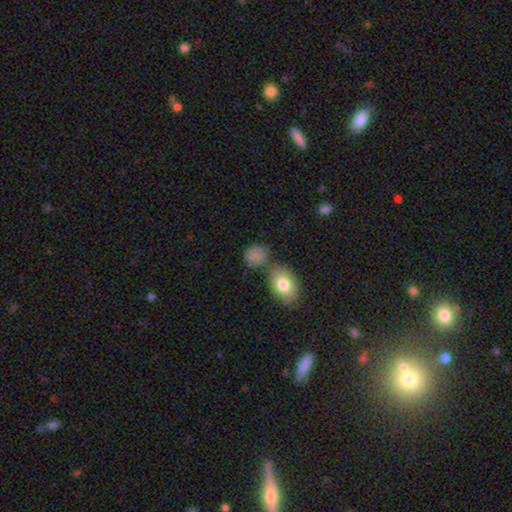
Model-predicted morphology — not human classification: smooth_or_featured: smooth (p=0.82) [alt: star or artifact p=0.10]
how_rounded: round (p=0.61) [alt: in between p=0.38]
merging: none (p=0.57) [alt: merger p=0.18]